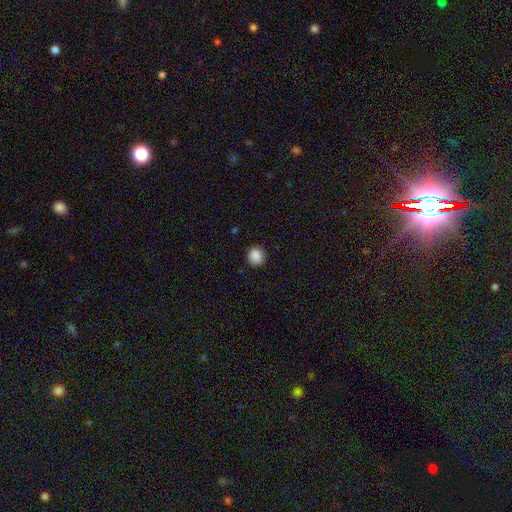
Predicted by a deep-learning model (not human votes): Smooth or featured? Predicted: smooth (p=0.88). How rounded? Predicted: round (p=0.86). Merging? Predicted: none (p=0.89).